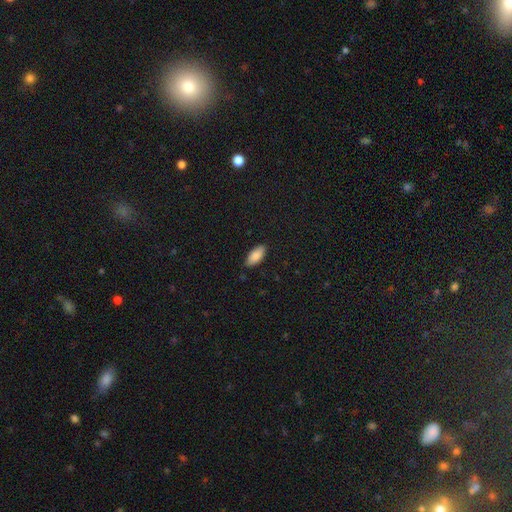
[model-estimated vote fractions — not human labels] Smooth or featured?
  - smooth: 88% *
  - star or artifact: 6%
  - featured or disk: 6%
How rounded?
  - in between: 88% *
  - cigar-shaped: 10%
  - round: 2%
Merging?
  - none: 86% *
  - minor disturbance: 11%
  - major disturbance: 2%
  - merger: 1%